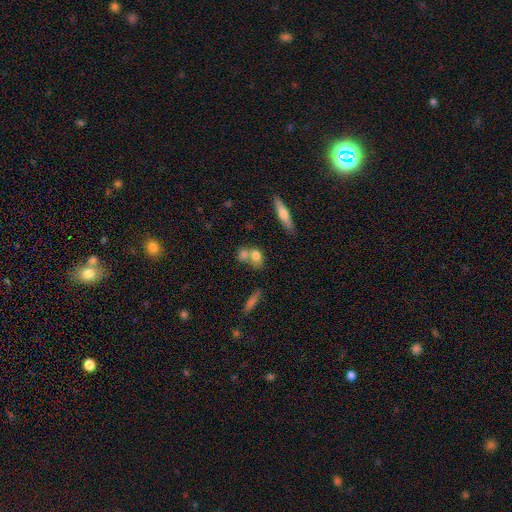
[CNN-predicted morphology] Q: Smooth or featured?
A: smooth (71%); runner-up: featured or disk (18%)
Q: How rounded?
A: round (46%); tied with: in between (46%)
Q: Merging?
A: merger (48%); runner-up: none (38%)